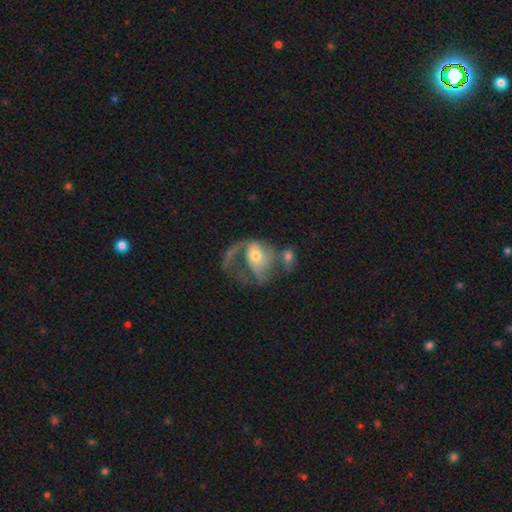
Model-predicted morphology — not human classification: smooth_or_featured: featured or disk (p=0.66) [alt: smooth p=0.27]
disk_edge_on: no (p=0.97) [alt: yes p=0.03]
bar: no (p=0.68) [alt: weak p=0.26]
has_spiral_arms: yes (p=0.73) [alt: no p=0.27]
bulge_size: moderate (p=0.59) [alt: small p=0.28]
merging: major disturbance (p=0.50) [alt: merger p=0.20]